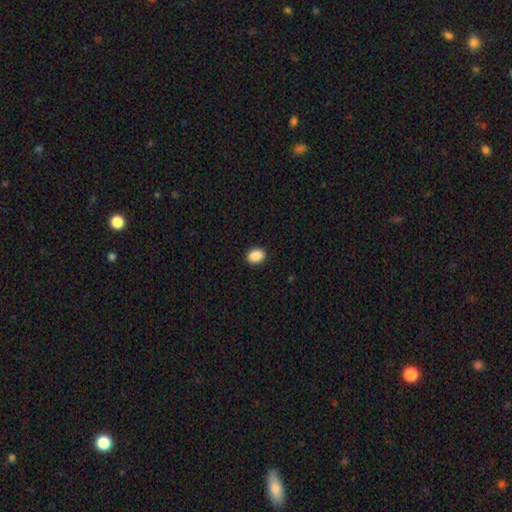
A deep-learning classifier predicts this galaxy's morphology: Smooth or featured? Predicted: smooth (p=0.90). How rounded? Predicted: in between (p=0.73). Merging? Predicted: none (p=0.90).